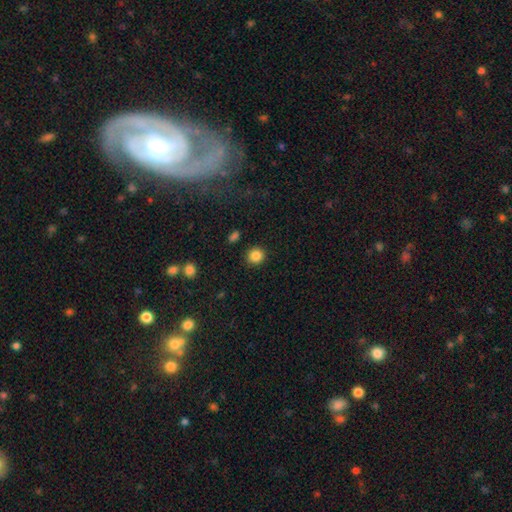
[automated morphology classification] smooth-or-featured: smooth: 86% | star or artifact: 10% | featured or disk: 4%
  how-rounded: round: 90% | in between: 9% | cigar-shaped: 1%
  merging: none: 91% | minor disturbance: 6% | major disturbance: 2% | merger: 2%